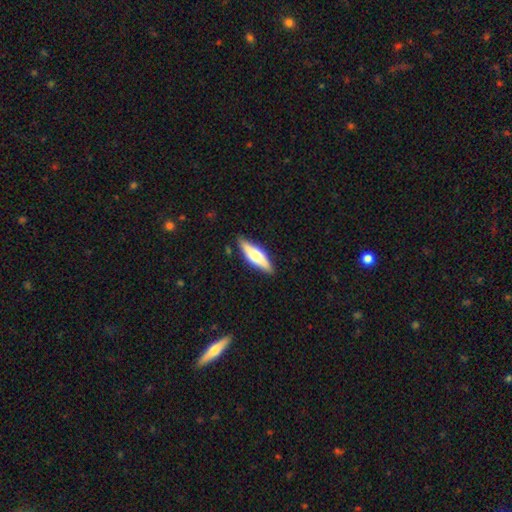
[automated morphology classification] Overall: smooth (48%; featured or disk 46%). Merging: none (86%).